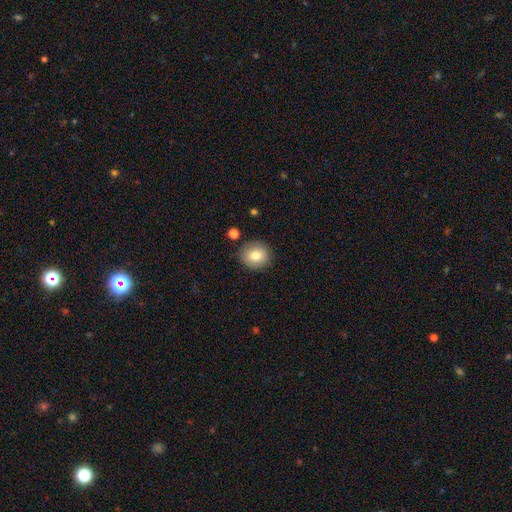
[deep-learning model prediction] Smooth or featured? smooth (80%)
How rounded? round (87%)
Merging? none (87%)